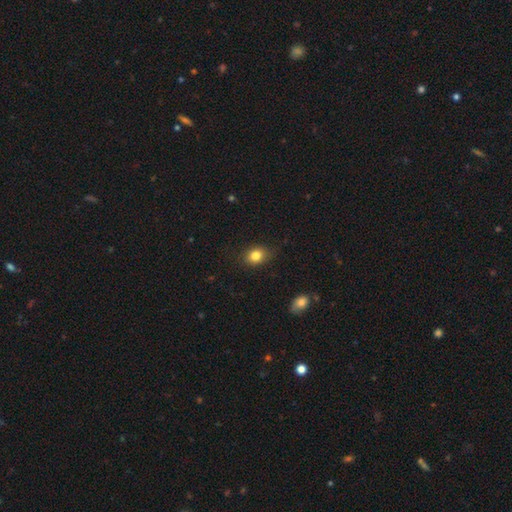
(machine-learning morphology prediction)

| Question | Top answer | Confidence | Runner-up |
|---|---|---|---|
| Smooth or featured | smooth | 83% | star or artifact (10%) |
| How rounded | round | 51% | in between (48%) |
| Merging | none | 80% | minor disturbance (15%) |